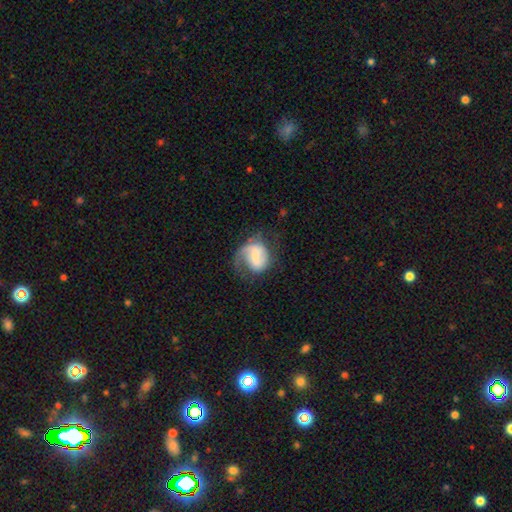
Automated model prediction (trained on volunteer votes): smooth_or_featured: featured or disk (p=0.59) [alt: smooth p=0.34]
disk_edge_on: no (p=0.97) [alt: yes p=0.03]
bar: weak (p=0.46) [alt: no p=0.32]
has_spiral_arms: yes (p=0.83) [alt: no p=0.17]
bulge_size: small (p=0.39) [alt: moderate p=0.27]
merging: none (p=0.40) [alt: major disturbance p=0.33]